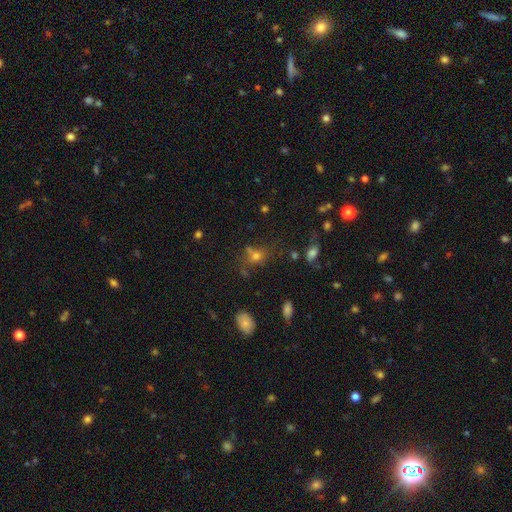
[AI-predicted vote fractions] smooth-or-featured: smooth: 61% | star or artifact: 25% | featured or disk: 14%
  how-rounded: round: 57% | in between: 40% | cigar-shaped: 3%
  merging: none: 54% | merger: 20% | minor disturbance: 16% | major disturbance: 9%